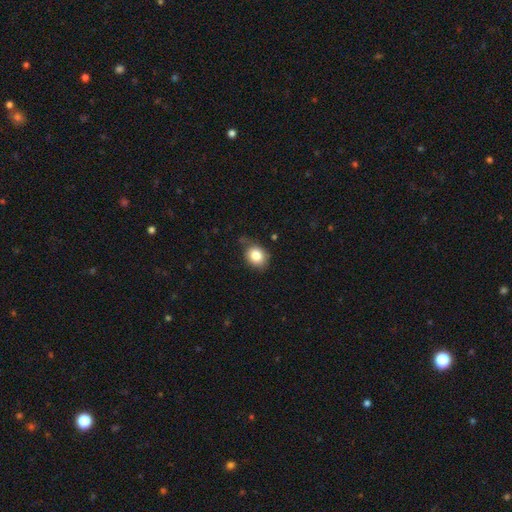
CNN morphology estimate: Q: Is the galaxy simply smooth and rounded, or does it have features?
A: smooth — 83%.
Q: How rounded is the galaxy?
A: round — 53%.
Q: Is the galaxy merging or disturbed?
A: none — 68%.